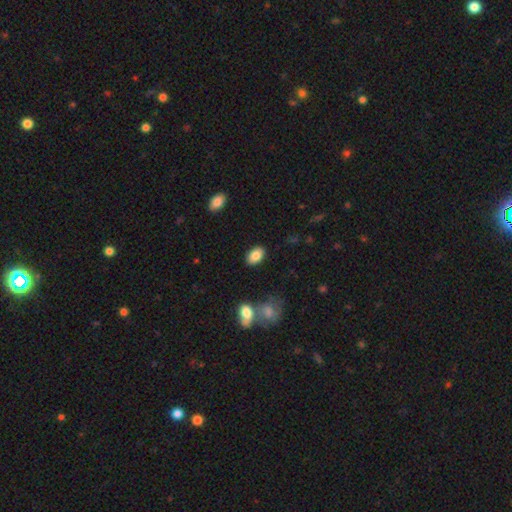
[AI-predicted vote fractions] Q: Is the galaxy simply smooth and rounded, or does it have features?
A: smooth — 85%.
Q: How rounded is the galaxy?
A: in between — 90%.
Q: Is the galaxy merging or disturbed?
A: none — 86%.